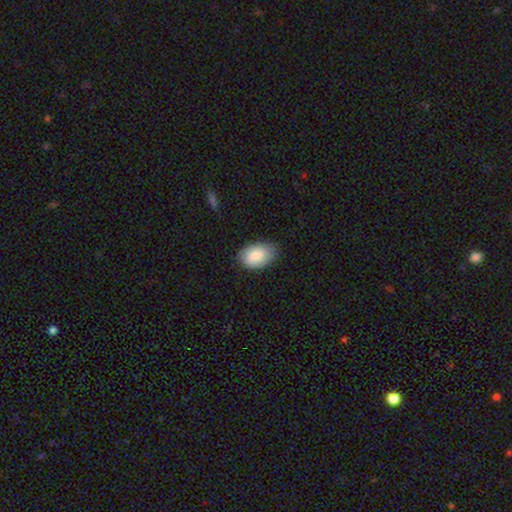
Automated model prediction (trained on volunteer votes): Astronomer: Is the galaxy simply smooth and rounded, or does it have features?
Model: smooth — 80%.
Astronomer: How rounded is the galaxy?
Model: in between — 91%.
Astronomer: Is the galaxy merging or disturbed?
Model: none — 77%.